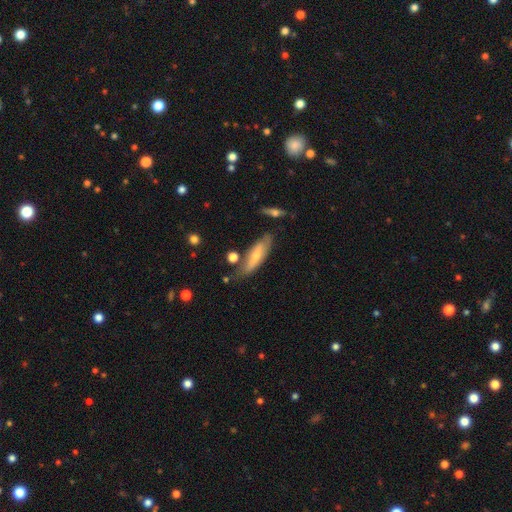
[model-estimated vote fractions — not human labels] smooth_or_featured: smooth (p=0.55) [alt: featured or disk p=0.38]
how_rounded: cigar-shaped (p=0.53) [alt: in between p=0.45]
merging: none (p=0.64) [alt: minor disturbance p=0.23]